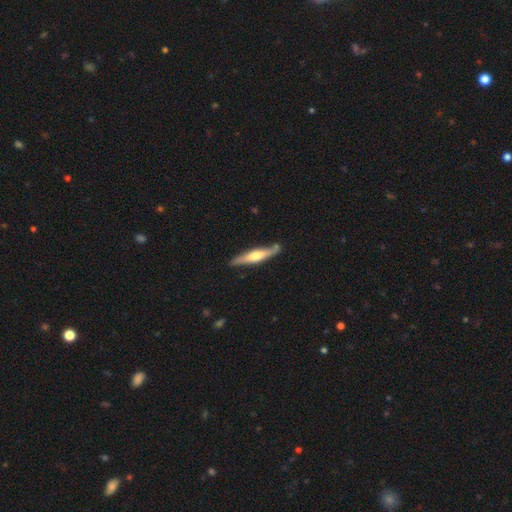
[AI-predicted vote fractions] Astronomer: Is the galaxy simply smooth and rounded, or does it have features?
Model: featured or disk — 56% (runner-up: smooth, 39%).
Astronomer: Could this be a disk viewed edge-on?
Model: yes — 93%.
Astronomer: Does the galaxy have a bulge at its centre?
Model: rounded — 81%.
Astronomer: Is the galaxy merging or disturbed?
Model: none — 80%.